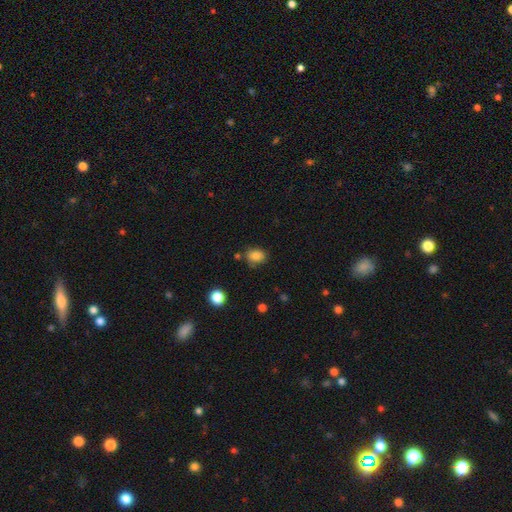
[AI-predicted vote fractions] Morphology: type=smooth (83%); roundness=in between (54%); merging=none (73%).